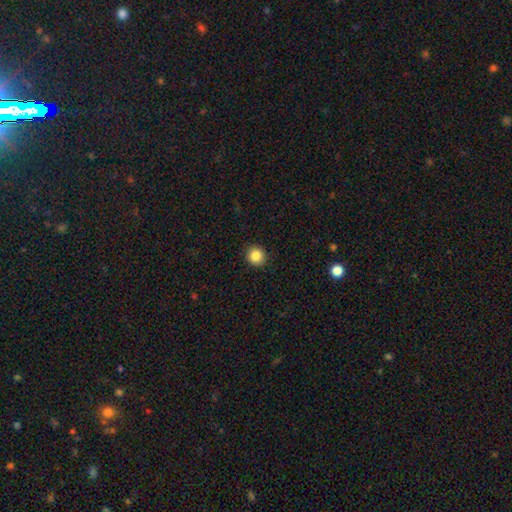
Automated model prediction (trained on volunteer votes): Overall: smooth (86%). How rounded: round (92%). Merging: none (92%).